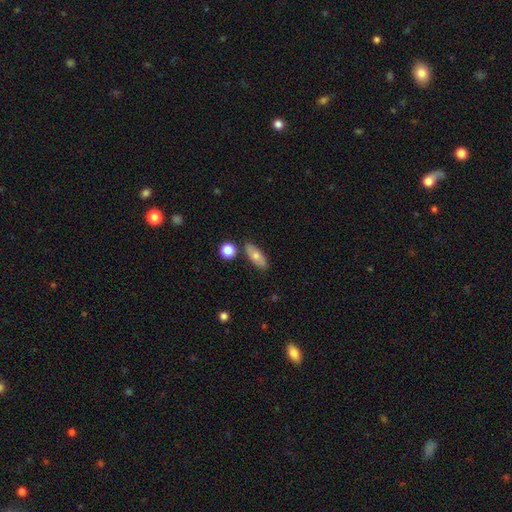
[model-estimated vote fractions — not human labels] smooth-or-featured: smooth: 65% | featured or disk: 26% | star or artifact: 10%
  how-rounded: in between: 69% | cigar-shaped: 26% | round: 6%
  merging: none: 83% | minor disturbance: 11% | merger: 4% | major disturbance: 2%